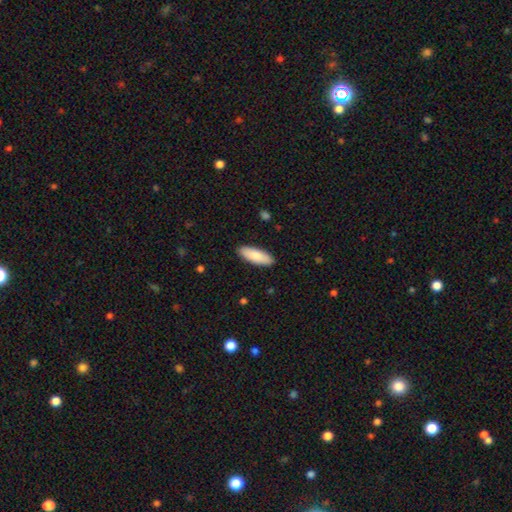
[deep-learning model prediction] smooth 86%, featured or disk 9%, star or artifact 5%. Down the decision tree: how rounded — in between (67%); merging — none (90%).